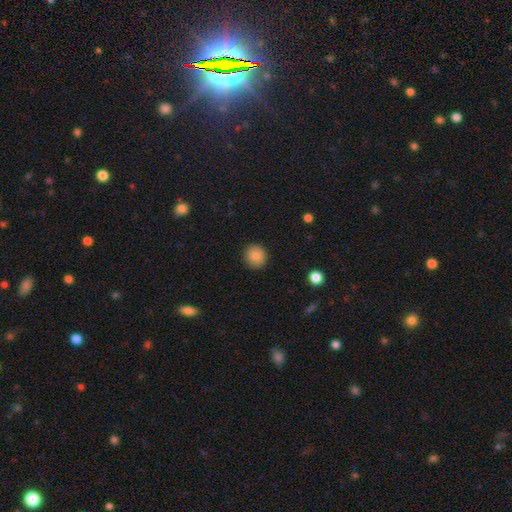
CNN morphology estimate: Smooth or featured? smooth (87%)
How rounded? round (92%)
Merging? none (91%)